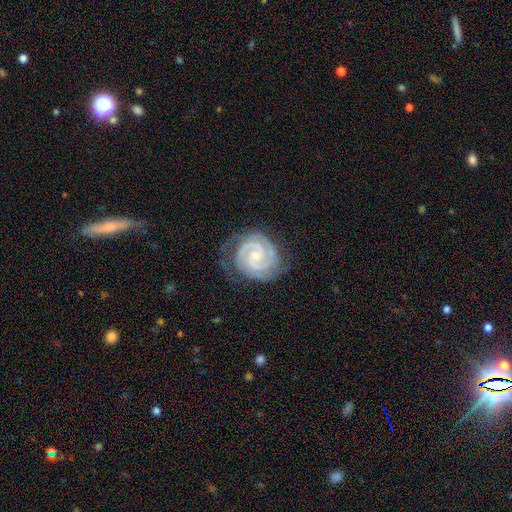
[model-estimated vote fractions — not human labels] This is clearly a featured or disk galaxy (92%). It is clearly not viewed edge-on (98%). Bar: possibly no (52%). Spiral arm pattern: clearly yes (99%). Spiral arm count: clearly 2 (85%). Spiral winding: likely tight (80%). Central bulge: likely small (68%). Merging: likely none (78%).